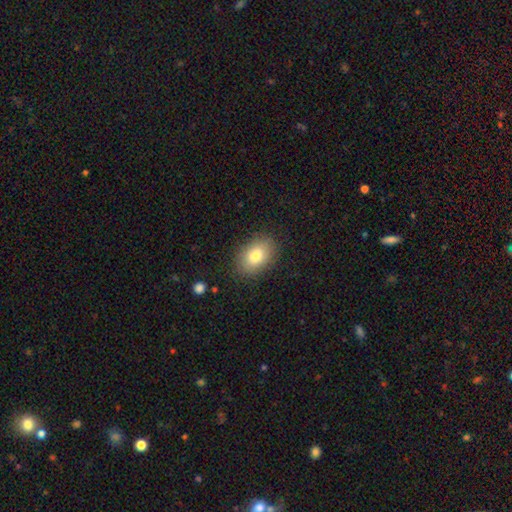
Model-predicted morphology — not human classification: smooth-or-featured: smooth: 81% | featured or disk: 11% | star or artifact: 8%
  how-rounded: in between: 85% | round: 14% | cigar-shaped: 1%
  merging: none: 85% | minor disturbance: 11% | major disturbance: 3% | merger: 1%